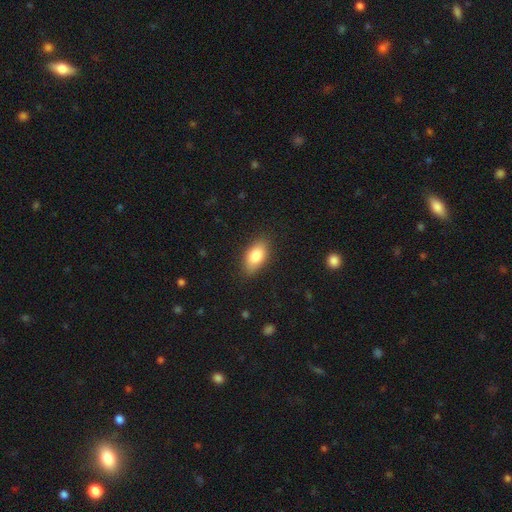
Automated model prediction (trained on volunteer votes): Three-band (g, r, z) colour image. It shows a smooth galaxy with no disk features (82%) that is in between round and cigar-shaped (90%). Merging: none (83%).